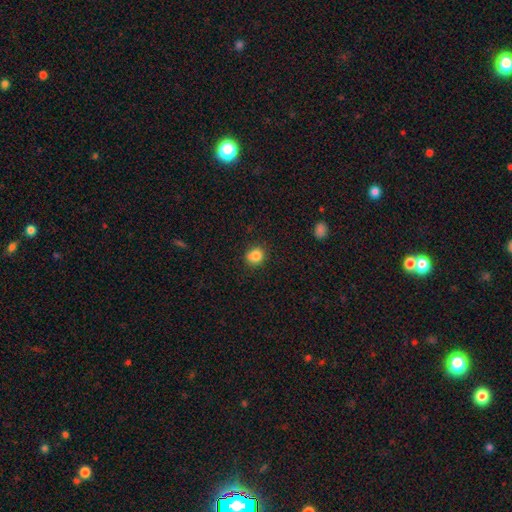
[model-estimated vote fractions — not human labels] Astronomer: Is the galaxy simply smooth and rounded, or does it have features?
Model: smooth — 84%.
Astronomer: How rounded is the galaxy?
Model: round — 80%.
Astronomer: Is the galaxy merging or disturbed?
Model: none — 77%.